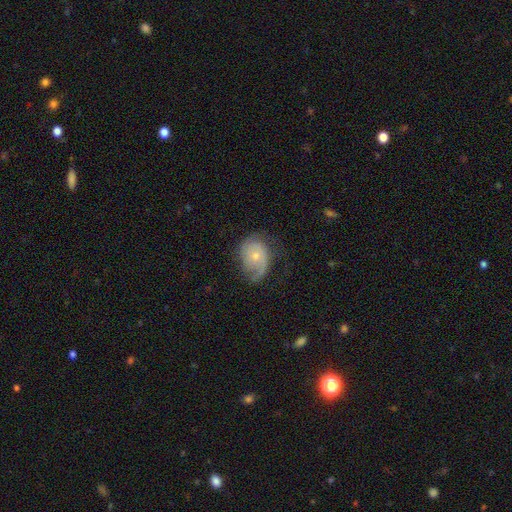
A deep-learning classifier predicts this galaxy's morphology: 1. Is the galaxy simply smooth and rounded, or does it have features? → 63% featured or disk, 30% smooth, 7% star or artifact.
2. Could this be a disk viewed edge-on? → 97% no, 3% yes.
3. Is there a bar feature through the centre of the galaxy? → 78% no, 20% weak, 3% strong.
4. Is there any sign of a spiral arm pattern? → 88% yes, 12% no.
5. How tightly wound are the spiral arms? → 39% medium, 31% tight, 30% loose.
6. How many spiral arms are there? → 41% 2, 38% 1, 14% can't tell, 4% 3, 2% 4, 2% more than 4.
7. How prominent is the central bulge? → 57% small, 37% moderate, 3% none, 2% large, 1% dominant.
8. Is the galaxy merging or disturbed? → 54% none, 26% minor disturbance, 18% major disturbance, 2% merger.